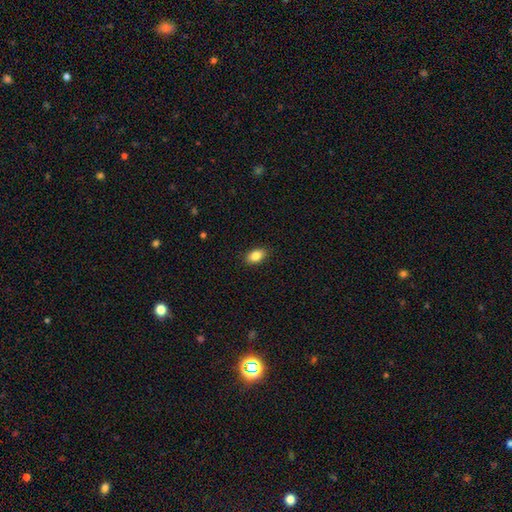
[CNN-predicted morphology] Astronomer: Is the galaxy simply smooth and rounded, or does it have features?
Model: smooth — 85%.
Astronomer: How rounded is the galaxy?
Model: in between — 89%.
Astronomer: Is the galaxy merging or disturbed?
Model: none — 89%.